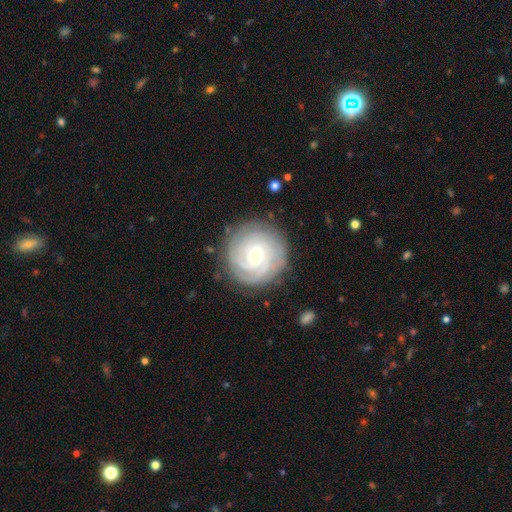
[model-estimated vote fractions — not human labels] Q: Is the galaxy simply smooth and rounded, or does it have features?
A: featured or disk — 82%.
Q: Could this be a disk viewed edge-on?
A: no — 98%.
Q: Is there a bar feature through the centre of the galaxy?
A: weak — 49%.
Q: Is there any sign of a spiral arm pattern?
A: yes — 96%.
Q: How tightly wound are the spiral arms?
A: tight — 80%.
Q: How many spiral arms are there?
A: can't tell — 30%.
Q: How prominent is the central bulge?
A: small — 62%.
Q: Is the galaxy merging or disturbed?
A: none — 85%.